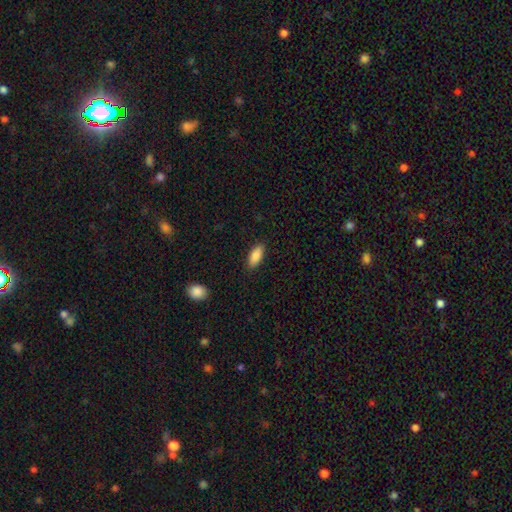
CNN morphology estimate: Overall: smooth (88%). How rounded: in between (84%). Merging: none (88%).